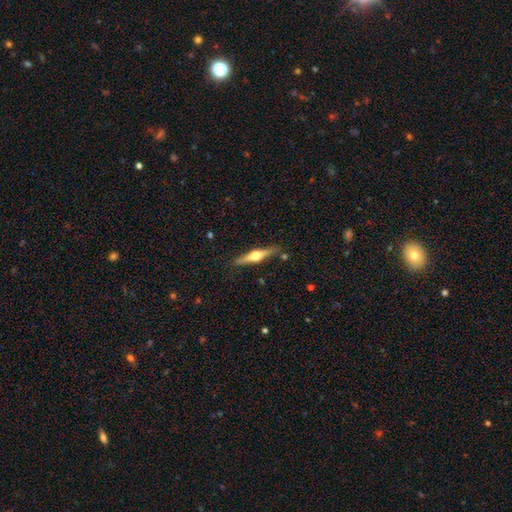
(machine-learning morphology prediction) A featured or disk galaxy (72%) viewed edge-on (98%) with a rounded central bulge (95%). Merging: none (87%).